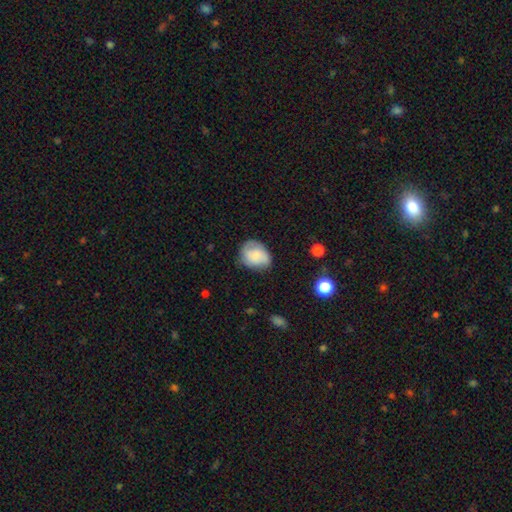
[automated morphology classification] smooth 66%, featured or disk 26%, star or artifact 8%. Down the decision tree: how rounded — in between (55%); merging — none (57%).